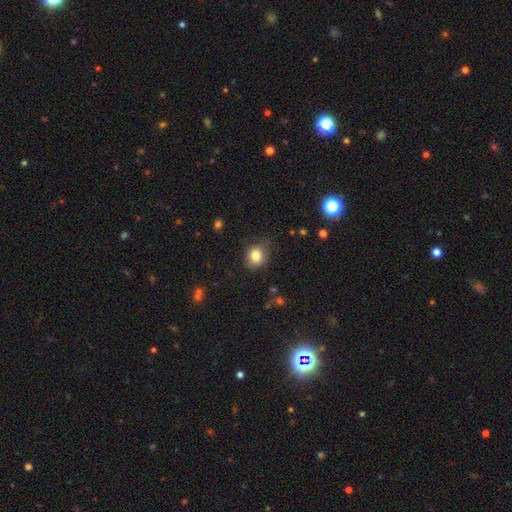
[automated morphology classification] Smooth or featured: smooth — 82% (star or artifact — 11%)
How rounded: round — 74% (in between — 25%)
Merging: none — 76% (minor disturbance — 18%)